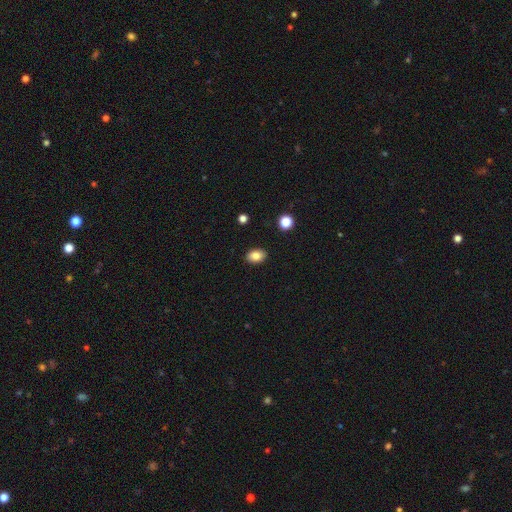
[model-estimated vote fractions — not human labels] smooth_or_featured: smooth (p=0.85) [alt: star or artifact p=0.09]
how_rounded: in between (p=0.81) [alt: round p=0.18]
merging: none (p=0.89) [alt: minor disturbance p=0.08]